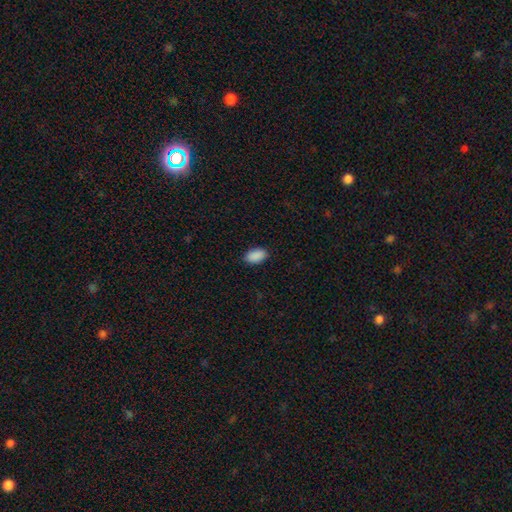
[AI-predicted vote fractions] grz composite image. It shows a smooth galaxy with no disk features (90%) that is in between round and cigar-shaped (93%). Merging: none (89%).